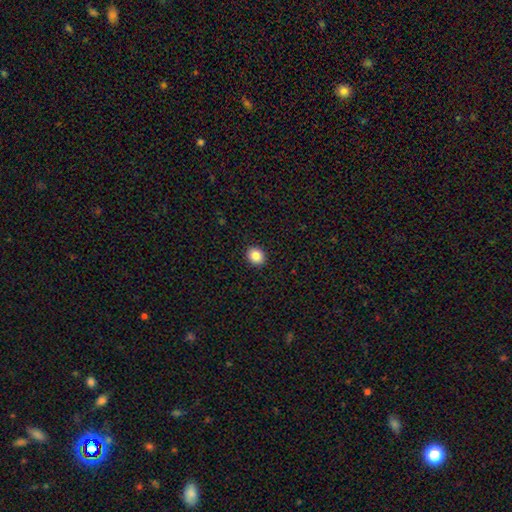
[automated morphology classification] smooth_or_featured: smooth (p=0.86) [alt: star or artifact p=0.09]
how_rounded: round (p=0.65) [alt: in between p=0.35]
merging: none (p=0.92) [alt: minor disturbance p=0.05]